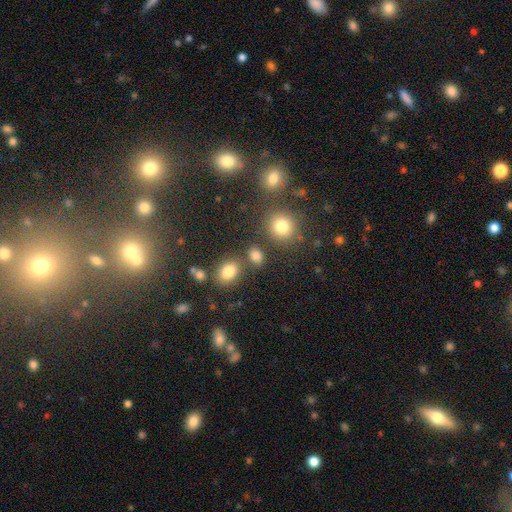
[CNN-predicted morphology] The model was most divided on "how rounded": in between: 60%, round: 38%, cigar-shaped: 2%. More confident: smooth or featured — smooth (79%); merging — none (73%).